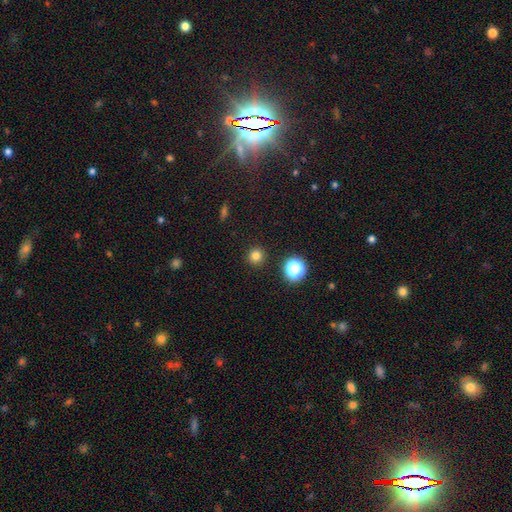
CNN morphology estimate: A smooth galaxy with no disk features (79%) that is round (95%). Merging: none (92%).